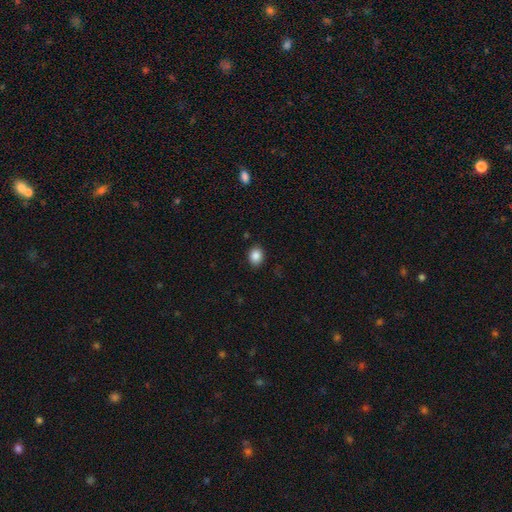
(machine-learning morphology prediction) The model was most divided on "how rounded": in between: 50%, round: 49%, cigar-shaped: 1%. More confident: merging — none (88%); smooth or featured — smooth (87%).